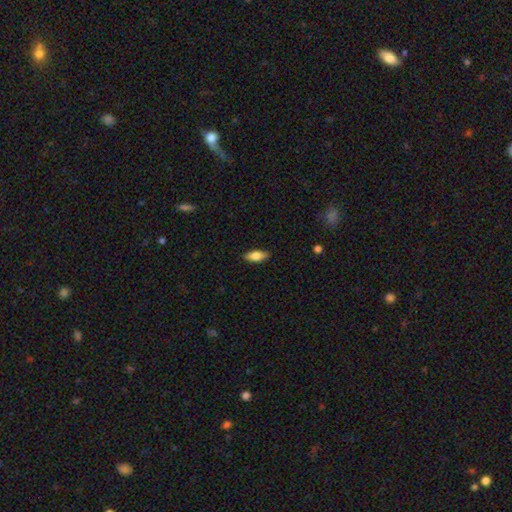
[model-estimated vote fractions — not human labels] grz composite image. It shows a smooth galaxy with no disk features (75%) that is in between round and cigar-shaped (76%). Merging: none (88%).